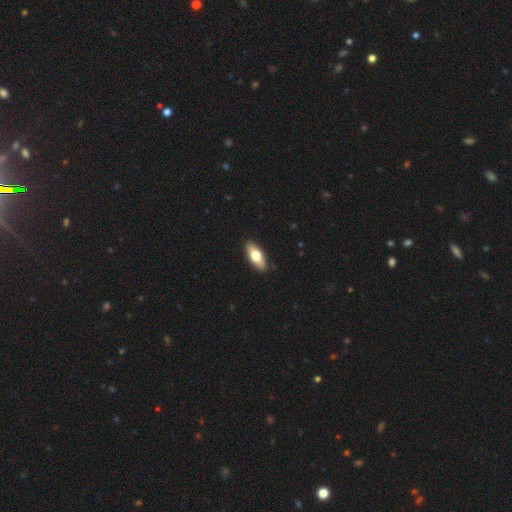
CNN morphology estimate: Smooth or featured? Predicted: smooth (p=0.64). How rounded? Predicted: in between (p=0.76). Merging? Predicted: none (p=0.90).